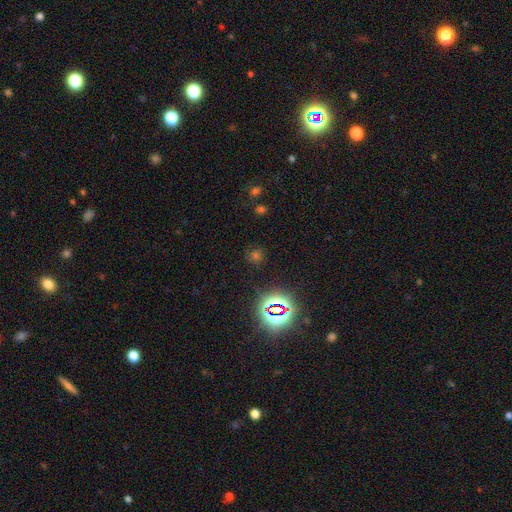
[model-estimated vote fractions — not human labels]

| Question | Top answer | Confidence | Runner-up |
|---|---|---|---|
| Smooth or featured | star or artifact | 49% | smooth (44%) |